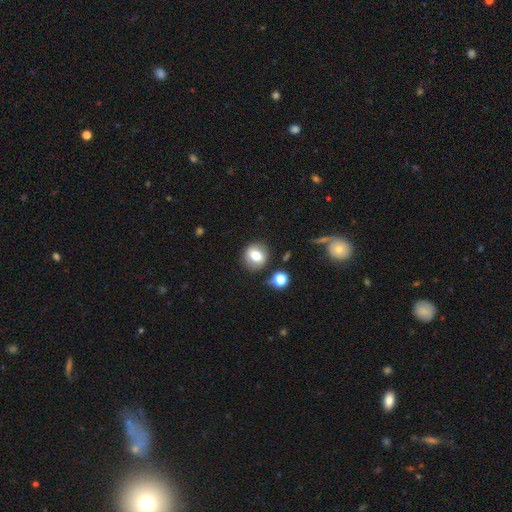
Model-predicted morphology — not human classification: Q: Smooth or featured?
A: smooth (72%); runner-up: featured or disk (18%)
Q: How rounded?
A: round (76%); runner-up: in between (22%)
Q: Merging?
A: none (81%); runner-up: minor disturbance (11%)